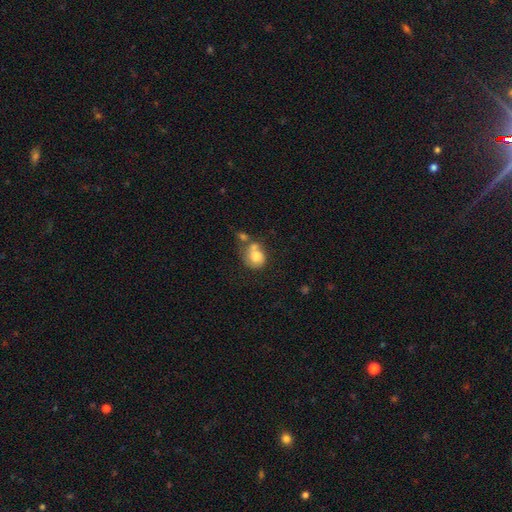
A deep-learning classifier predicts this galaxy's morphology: Smooth or featured? smooth (72%)
How rounded? round (65%)
Merging? merger (45%)